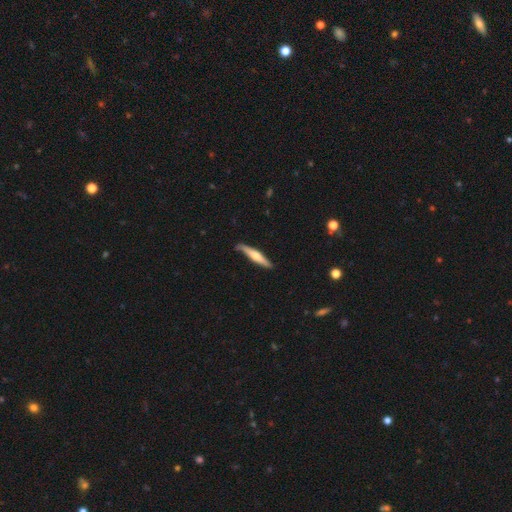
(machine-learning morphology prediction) type=featured or disk (52%); edge-on=yes (94%); merging=none (82%).